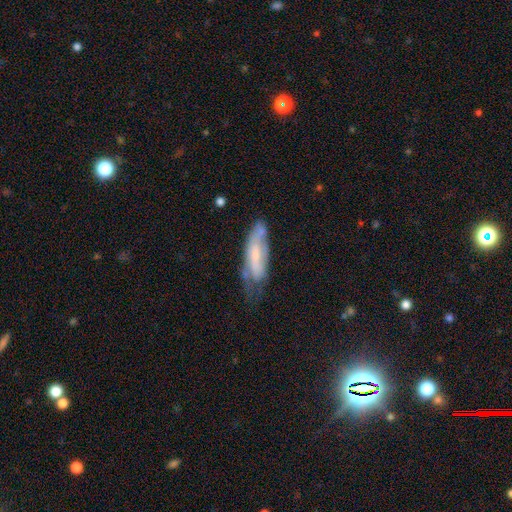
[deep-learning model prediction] featured or disk 51%, smooth 41%, star or artifact 8%. Down the decision tree: edge-on disk — no (72%); merging — none (39%).